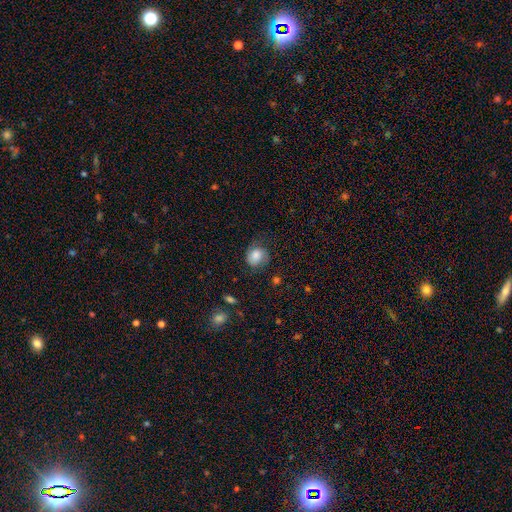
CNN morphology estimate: Q: Smooth or featured?
A: smooth (69%); runner-up: featured or disk (22%)
Q: How rounded?
A: round (66%); runner-up: in between (33%)
Q: Merging?
A: none (60%); runner-up: minor disturbance (26%)